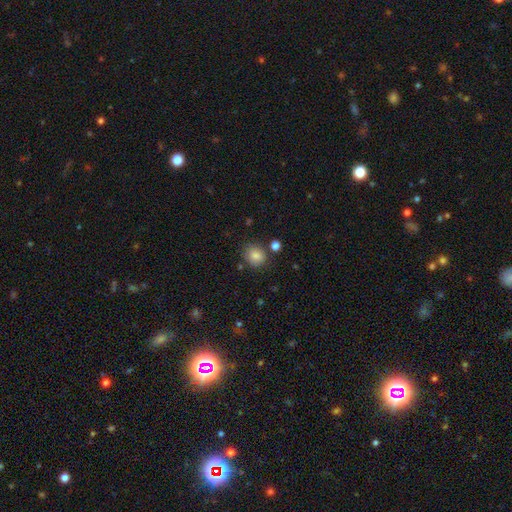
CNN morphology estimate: Q: Smooth or featured?
A: smooth (84%); runner-up: star or artifact (10%)
Q: How rounded?
A: round (72%); runner-up: in between (27%)
Q: Merging?
A: none (77%); runner-up: minor disturbance (13%)